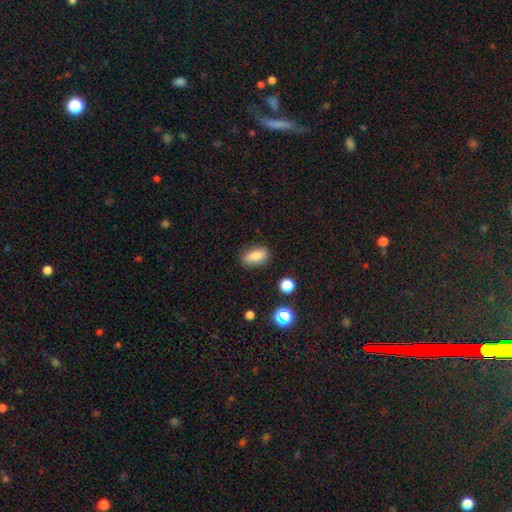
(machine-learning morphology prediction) This appears to be a smooth galaxy with no disk features (81%) that is in between round and cigar-shaped (85%). Merging: none (82%).